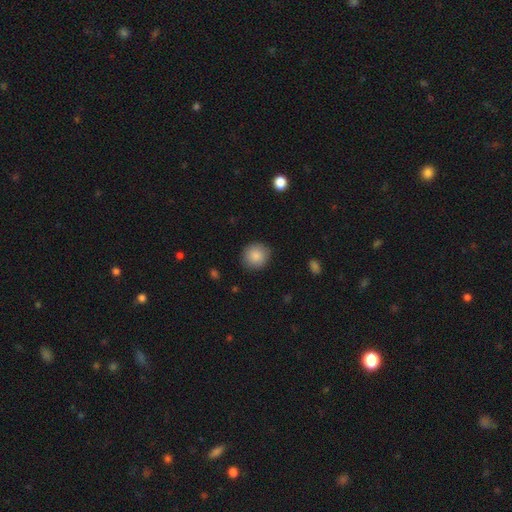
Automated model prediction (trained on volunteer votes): smooth 88%, star or artifact 8%, featured or disk 5%. Down the decision tree: how rounded — round (90%); merging — none (88%).